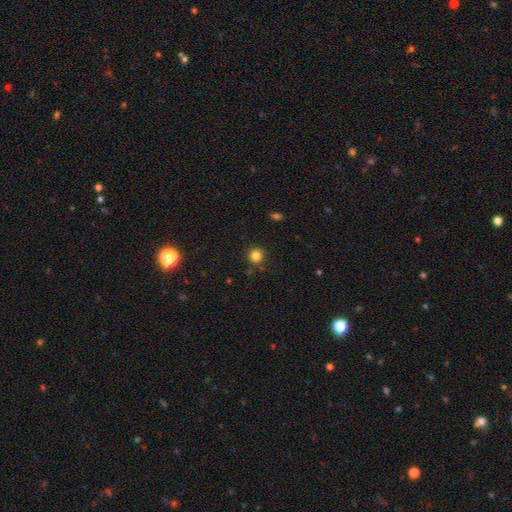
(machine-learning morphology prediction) Smooth or featured? smooth (82%)
How rounded? round (94%)
Merging? none (88%)